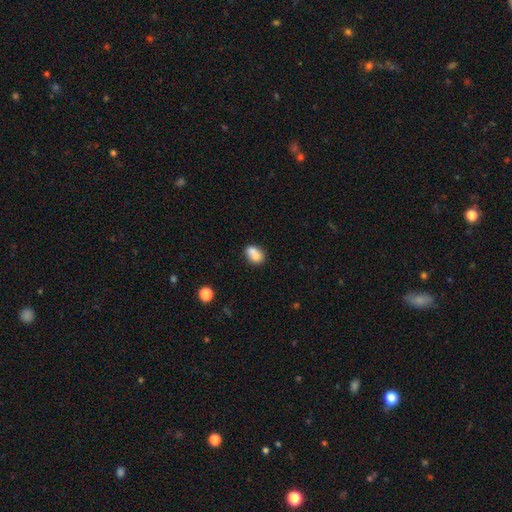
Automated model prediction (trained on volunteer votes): smooth 73%, featured or disk 18%, star or artifact 9%. Down the decision tree: how rounded — in between (60%); merging — merger (52%).